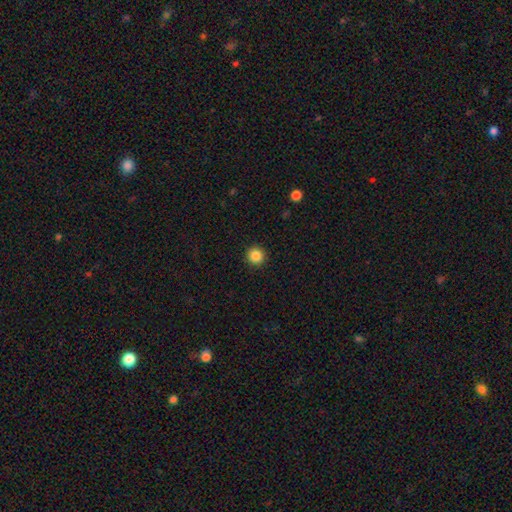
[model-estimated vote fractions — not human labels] This is clearly a smooth galaxy (86%). How rounded: clearly round (95%). Merging: clearly none (93%).